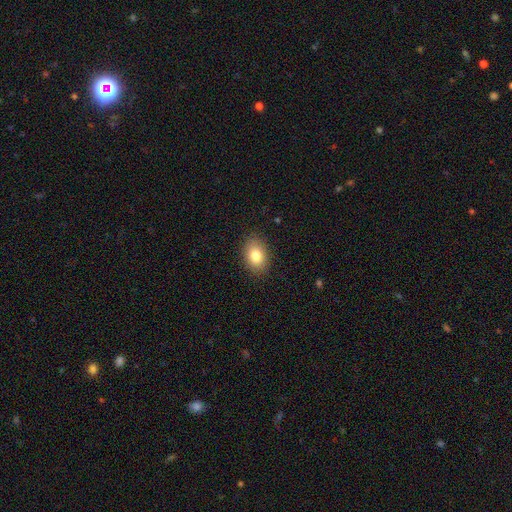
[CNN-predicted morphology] This is clearly a smooth galaxy (82%). How rounded: likely in between (80%). Merging: clearly none (87%).